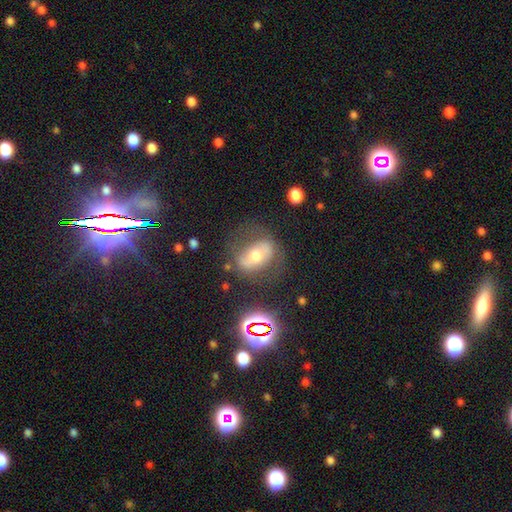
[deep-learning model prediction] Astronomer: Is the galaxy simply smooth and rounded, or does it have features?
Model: featured or disk — 50% (runner-up: smooth, 35%).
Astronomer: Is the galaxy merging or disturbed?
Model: none — 65%.